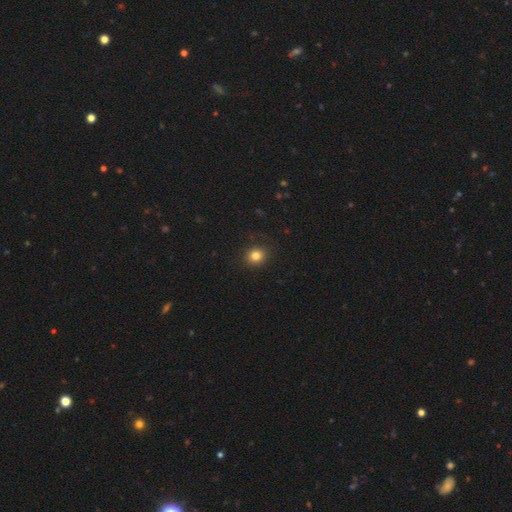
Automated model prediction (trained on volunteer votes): smooth 82%, star or artifact 12%, featured or disk 6%. Down the decision tree: how rounded — round (80%); merging — none (89%).